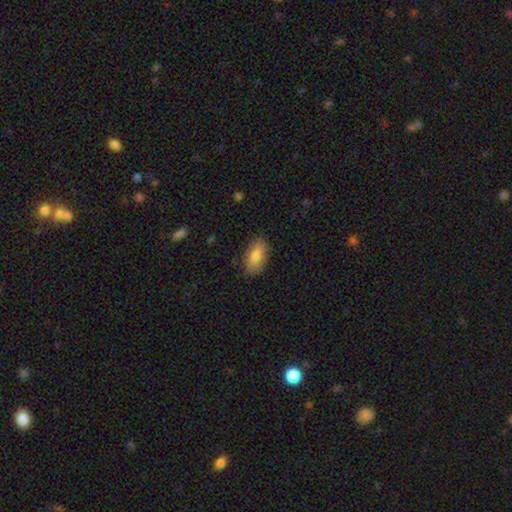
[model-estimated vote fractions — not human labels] Morphology: type=smooth (82%); roundness=in between (91%); merging=none (83%).